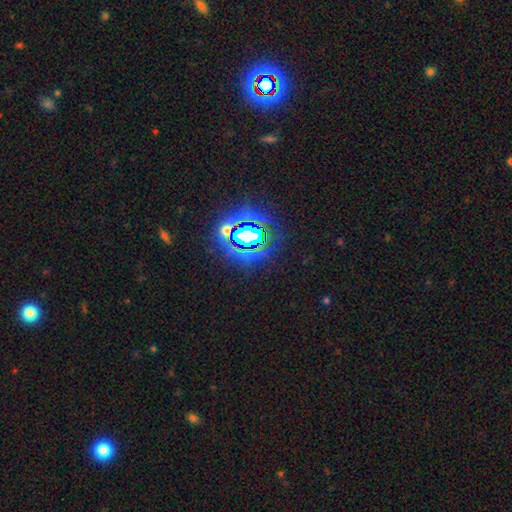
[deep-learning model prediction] Smooth or featured?
  - star or artifact: 82% *
  - smooth: 11%
  - featured or disk: 7%